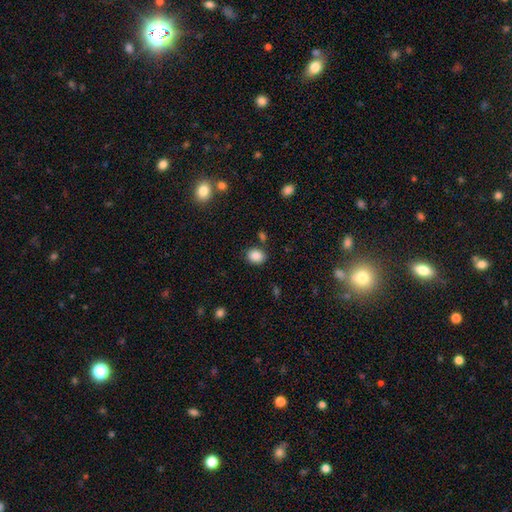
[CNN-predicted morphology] A smooth galaxy with no disk features (88%) that is in between round and cigar-shaped (52%).

Vote fractions:
- Smooth or featured? smooth: 88% / star or artifact: 9% / featured or disk: 3%
- How rounded? in between: 52% / round: 47% / cigar-shaped: 1%
- Merging? none: 80% / minor disturbance: 12% / merger: 4% / major disturbance: 4%